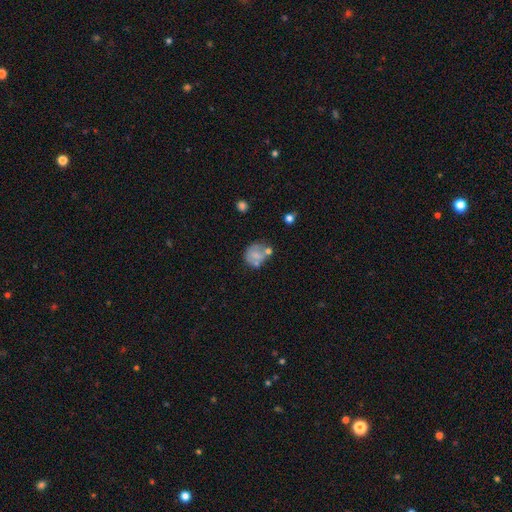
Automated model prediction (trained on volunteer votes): Q: Smooth or featured?
A: smooth (63%); runner-up: featured or disk (26%)
Q: How rounded?
A: round (69%); runner-up: in between (30%)
Q: Merging?
A: none (45%); runner-up: minor disturbance (22%)